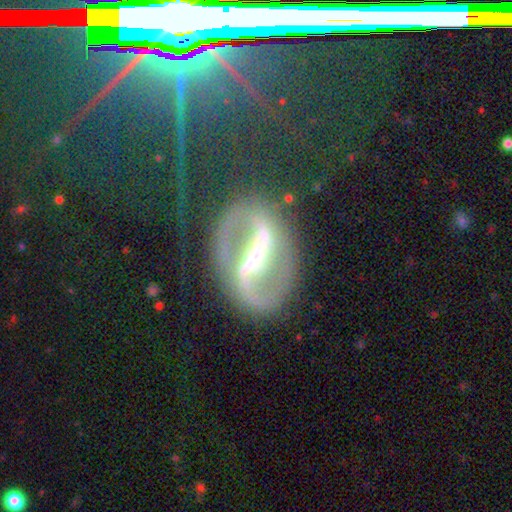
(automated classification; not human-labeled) Morphology: type=featured or disk (86%); edge-on=no (93%); bar=strong (81%); spiral arms=yes (83%); winding=medium (44%); arm count=2 (89%); bulge=small (52%); merging=none (70%).